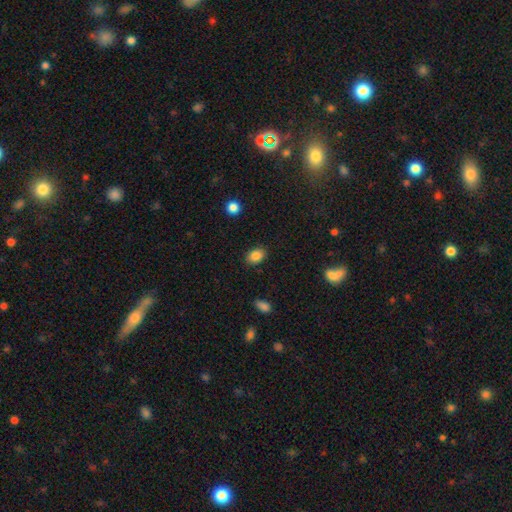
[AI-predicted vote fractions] Smooth or featured?
  - smooth: 86% *
  - star or artifact: 9%
  - featured or disk: 5%
How rounded?
  - in between: 78% *
  - round: 21%
  - cigar-shaped: 1%
Merging?
  - none: 87% *
  - minor disturbance: 9%
  - major disturbance: 3%
  - merger: 1%